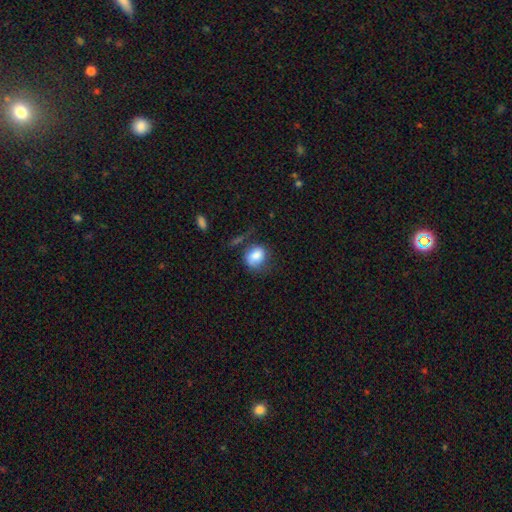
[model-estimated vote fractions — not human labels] Smooth or featured: smooth — 81% (featured or disk — 11%)
How rounded: round — 50% (in between — 49%)
Merging: none — 49% (minor disturbance — 27%)